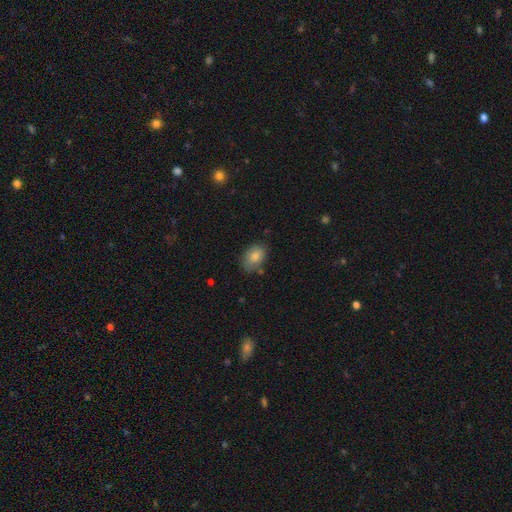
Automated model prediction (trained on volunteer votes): smooth_or_featured: smooth (p=0.81) [alt: featured or disk p=0.10]
how_rounded: in between (p=0.79) [alt: round p=0.20]
merging: none (p=0.73) [alt: minor disturbance p=0.20]